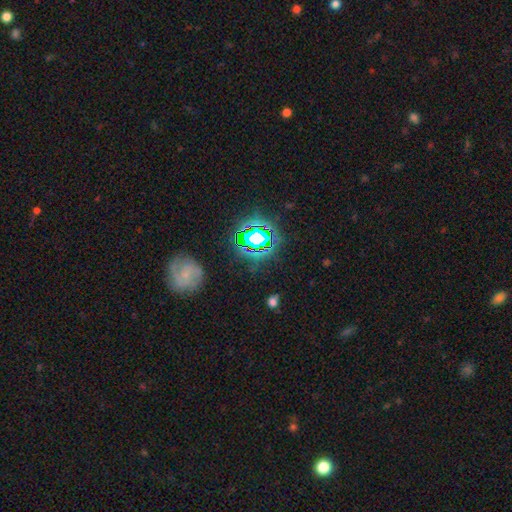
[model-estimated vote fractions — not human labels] Smooth or featured: star or artifact — 68% (smooth — 16%)